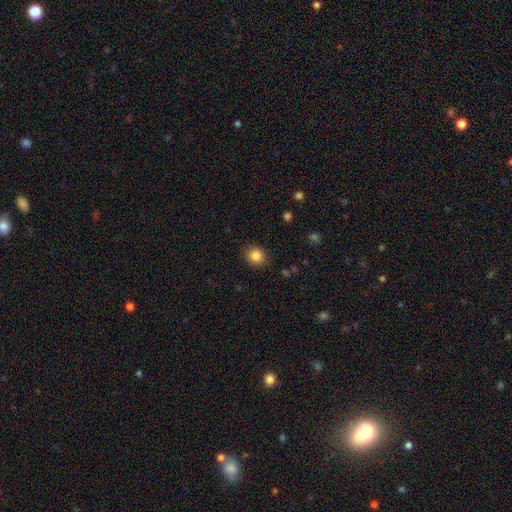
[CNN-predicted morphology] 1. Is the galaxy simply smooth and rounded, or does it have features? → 85% smooth, 11% star or artifact, 5% featured or disk.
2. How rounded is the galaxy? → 82% round, 17% in between, 1% cigar-shaped.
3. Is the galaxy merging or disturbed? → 89% none, 8% minor disturbance, 2% major disturbance, 1% merger.